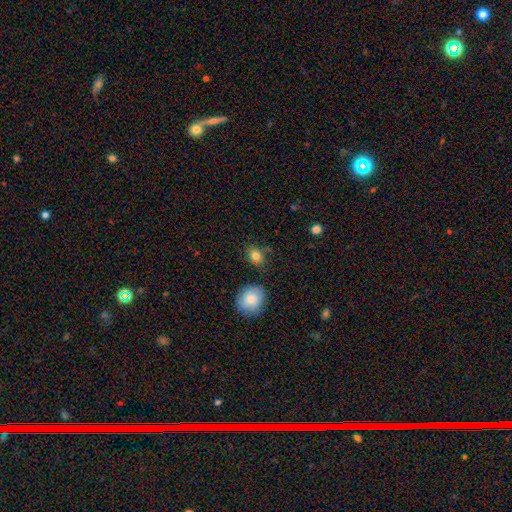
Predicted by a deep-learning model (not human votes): A smooth galaxy with no disk features (82%) that is round (55%). Merging: none (76%).